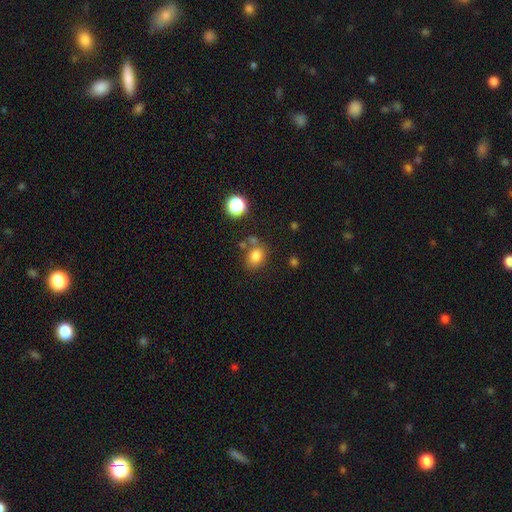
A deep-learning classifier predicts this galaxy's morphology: A smooth galaxy with no disk features (80%) that is in between round and cigar-shaped (54%). Merging: none (66%).